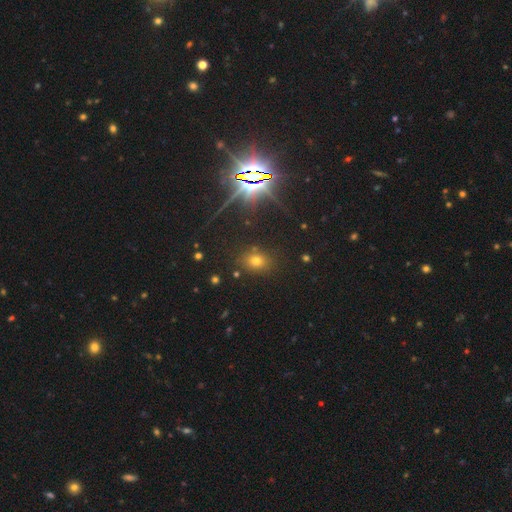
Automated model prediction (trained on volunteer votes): smooth-or-featured: star or artifact: 49% | smooth: 39% | featured or disk: 12%